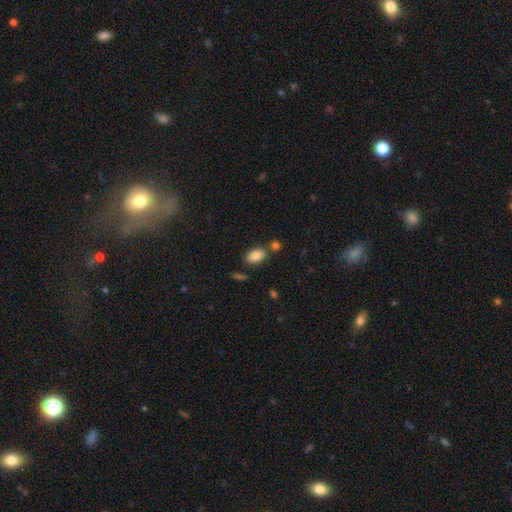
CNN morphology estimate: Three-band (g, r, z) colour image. It shows a smooth galaxy with no disk features (84%) that is in between round and cigar-shaped (90%). Merging: none (74%).